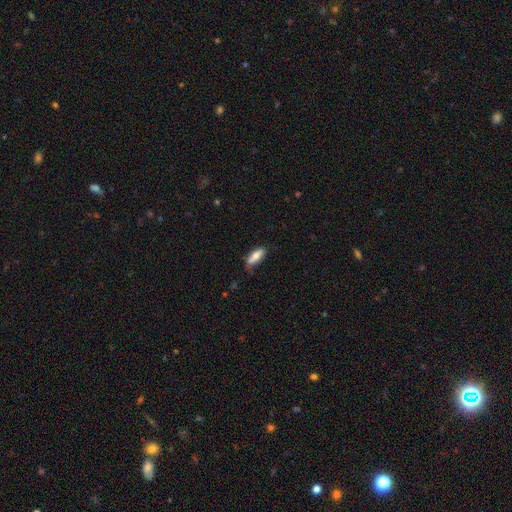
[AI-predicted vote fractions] smooth_or_featured: smooth (p=0.73) [alt: featured or disk p=0.20]
how_rounded: in between (p=0.62) [alt: cigar-shaped p=0.36]
merging: none (p=0.59) [alt: minor disturbance p=0.31]